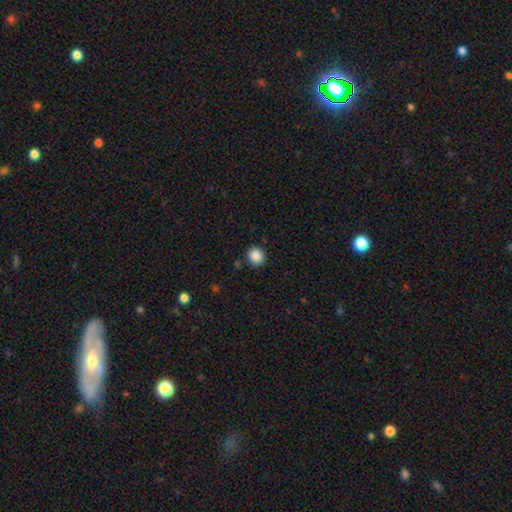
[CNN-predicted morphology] A smooth galaxy with no disk features (87%) that is round (93%).

Vote fractions:
- Smooth or featured? smooth: 87% / star or artifact: 10% / featured or disk: 3%
- How rounded? round: 93% / in between: 6% / cigar-shaped: 1%
- Merging? none: 90% / minor disturbance: 6% / major disturbance: 2% / merger: 2%